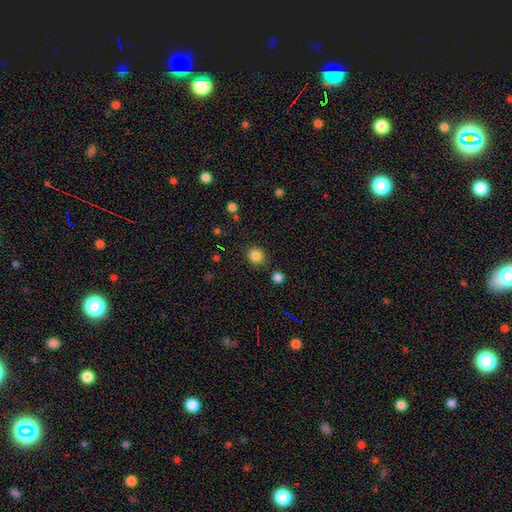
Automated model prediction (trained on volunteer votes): smooth_or_featured: smooth (p=0.85) [alt: star or artifact p=0.11]
how_rounded: round (p=0.83) [alt: in between p=0.16]
merging: none (p=0.85) [alt: minor disturbance p=0.08]